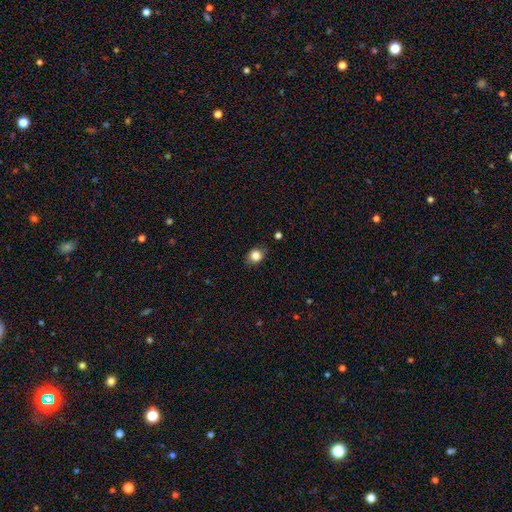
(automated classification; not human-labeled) The model was most divided on "how rounded": round: 69%, in between: 30%, cigar-shaped: 1%. More confident: smooth or featured — smooth (83%); merging — none (83%).